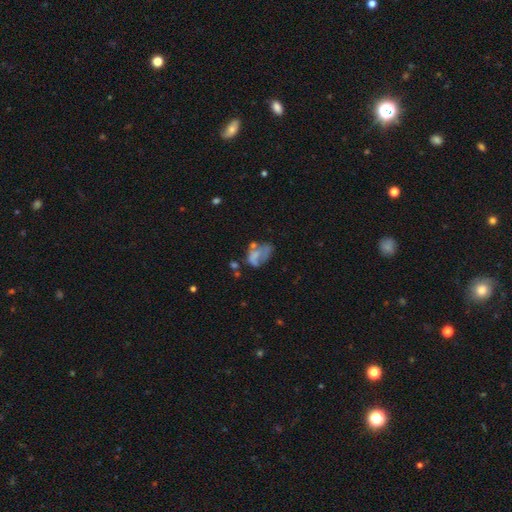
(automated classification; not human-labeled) A smooth galaxy with no disk features (49%).

Vote fractions:
- Smooth or featured? smooth: 49% / featured or disk: 39% / star or artifact: 12%
- Merging? major disturbance: 34% / none: 26% / minor disturbance: 24% / merger: 17%